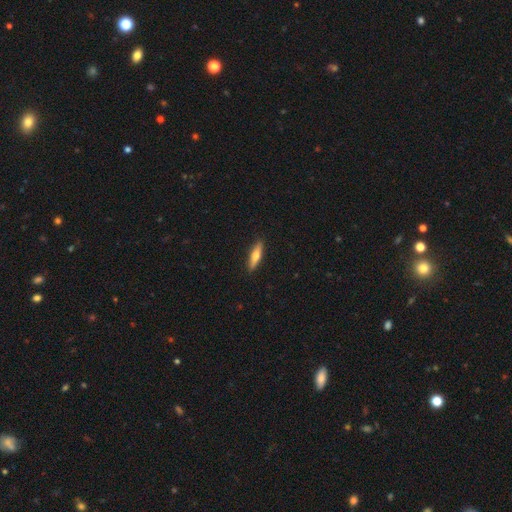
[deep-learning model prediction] A smooth galaxy with no disk features (62%) that is cigar-shaped (73%).

Vote fractions:
- Smooth or featured? smooth: 62% / featured or disk: 33% / star or artifact: 6%
- How rounded? cigar-shaped: 73% / in between: 25% / round: 2%
- Merging? none: 90% / minor disturbance: 7% / major disturbance: 2% / merger: 1%